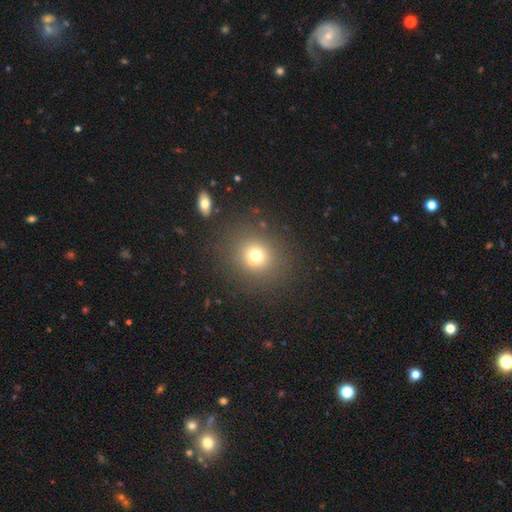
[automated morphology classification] smooth_or_featured: smooth (p=0.71) [alt: star or artifact p=0.18]
how_rounded: round (p=0.82) [alt: in between p=0.17]
merging: none (p=0.84) [alt: minor disturbance p=0.09]